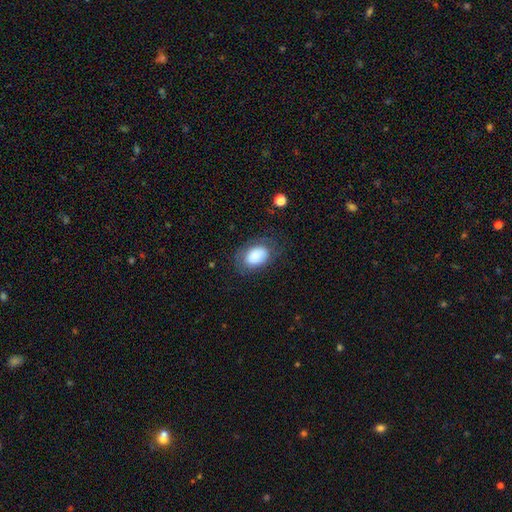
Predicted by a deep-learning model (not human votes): smooth 80%, featured or disk 12%, star or artifact 8%. Down the decision tree: how rounded — in between (87%); merging — none (67%).